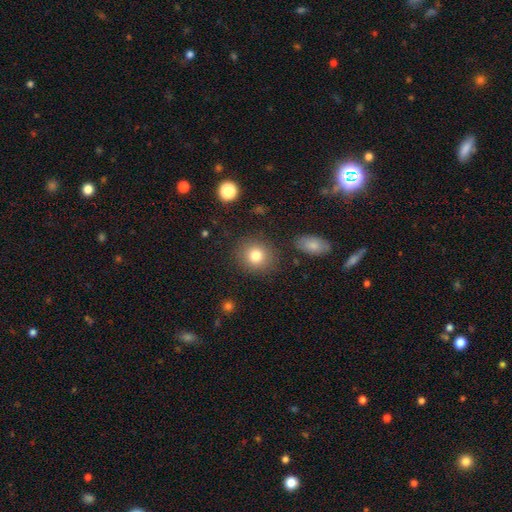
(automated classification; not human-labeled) smooth 81%, star or artifact 10%, featured or disk 9%. Down the decision tree: how rounded — round (83%); merging — none (85%).